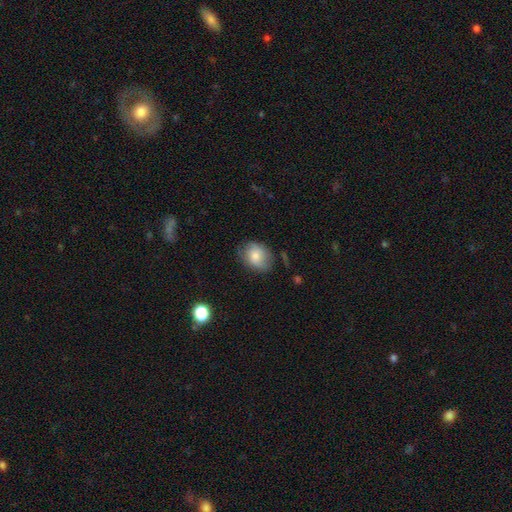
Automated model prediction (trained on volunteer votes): Smooth or featured?
  - smooth: 76% *
  - featured or disk: 16%
  - star or artifact: 8%
How rounded?
  - in between: 62% *
  - round: 37%
  - cigar-shaped: 1%
Merging?
  - none: 67% *
  - minor disturbance: 25%
  - major disturbance: 7%
  - merger: 2%